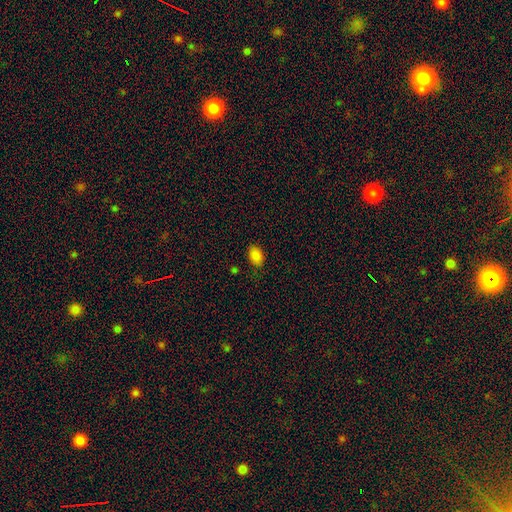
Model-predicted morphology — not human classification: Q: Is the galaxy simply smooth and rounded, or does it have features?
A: smooth — 86%.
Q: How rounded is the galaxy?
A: in between — 83%.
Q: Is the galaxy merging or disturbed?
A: none — 82%.